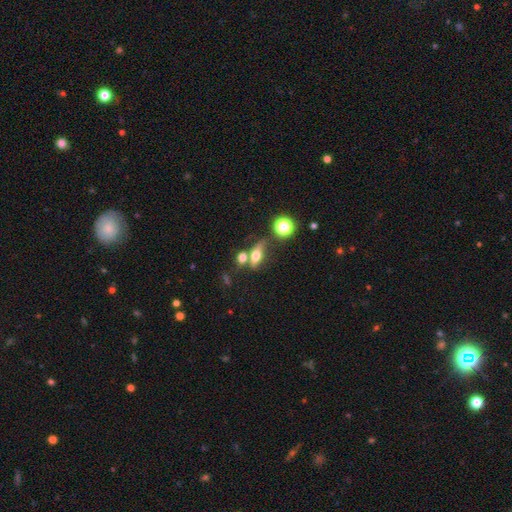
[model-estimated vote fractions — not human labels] Smooth or featured?
  - smooth: 56% *
  - featured or disk: 31%
  - star or artifact: 13%
How rounded?
  - in between: 59% *
  - cigar-shaped: 27%
  - round: 14%
Merging?
  - none: 46% *
  - merger: 30%
  - minor disturbance: 15%
  - major disturbance: 9%